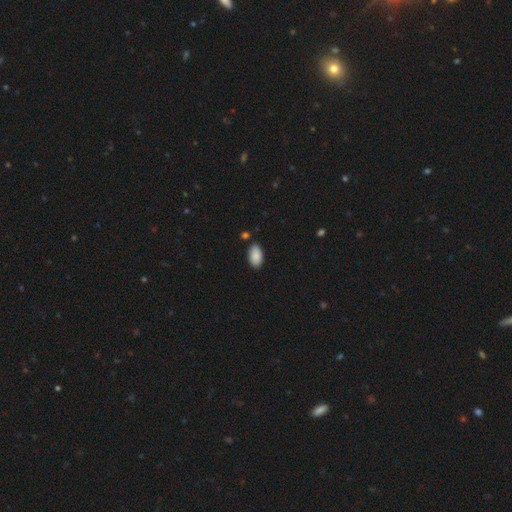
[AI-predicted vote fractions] Q: Smooth or featured?
A: smooth (90%); runner-up: star or artifact (7%)
Q: How rounded?
A: in between (95%); runner-up: round (3%)
Q: Merging?
A: none (85%); runner-up: minor disturbance (10%)